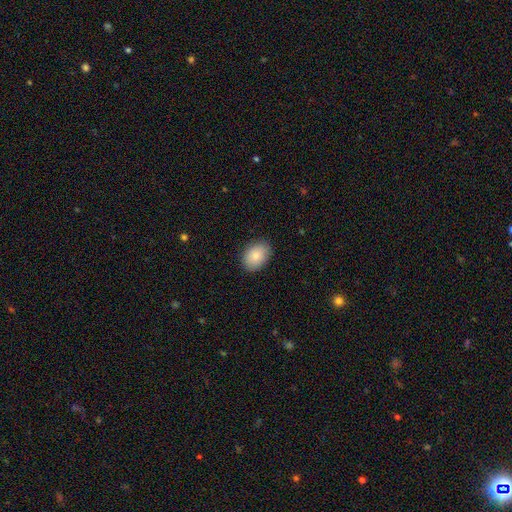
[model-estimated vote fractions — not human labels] smooth_or_featured: smooth (p=0.85) [alt: featured or disk p=0.08]
how_rounded: in between (p=0.79) [alt: round p=0.20]
merging: none (p=0.86) [alt: minor disturbance p=0.11]